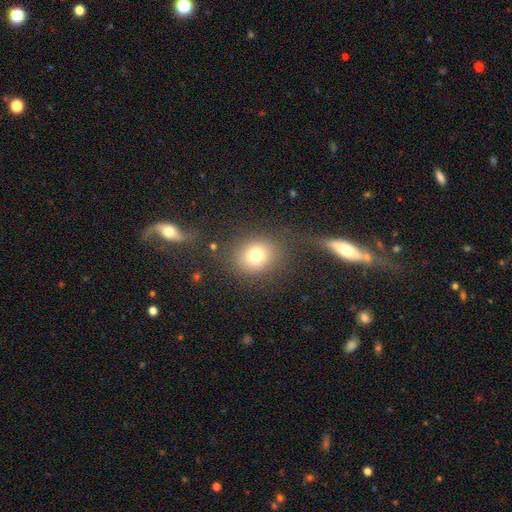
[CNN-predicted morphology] The model was most divided on "how rounded": round: 62%, in between: 37%, cigar-shaped: 1%. More confident: smooth or featured — smooth (78%); merging — none (73%).